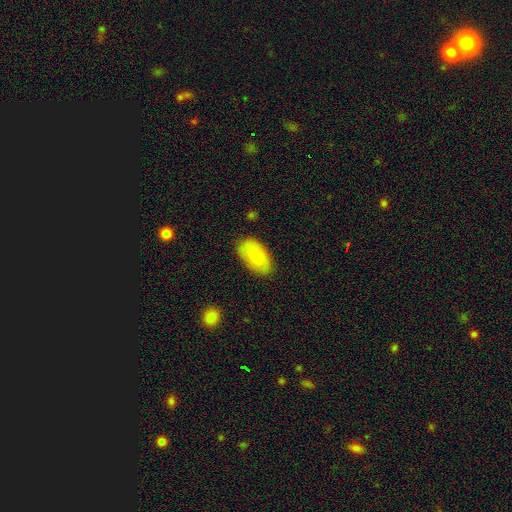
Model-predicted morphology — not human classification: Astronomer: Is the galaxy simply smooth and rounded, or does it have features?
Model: smooth — 82%.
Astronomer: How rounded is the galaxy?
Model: in between — 94%.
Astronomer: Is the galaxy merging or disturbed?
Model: none — 82%.